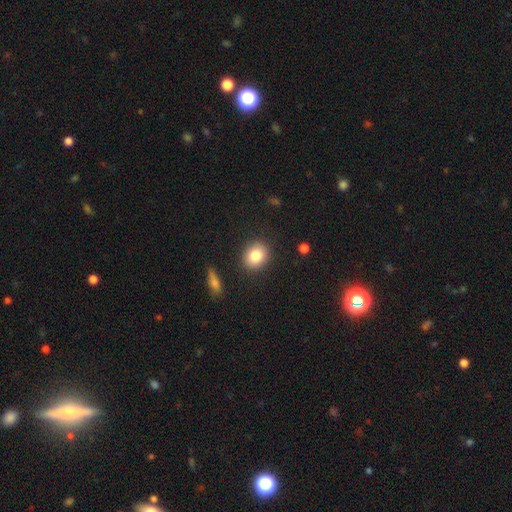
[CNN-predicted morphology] type=smooth (82%); roundness=round (72%); merging=none (88%).